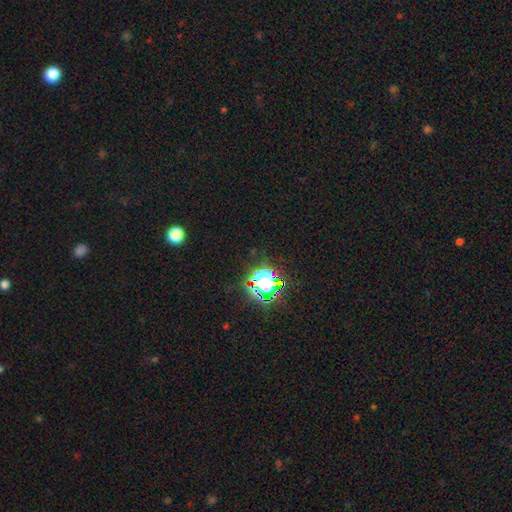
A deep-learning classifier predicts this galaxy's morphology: Overall: star or artifact (79%).